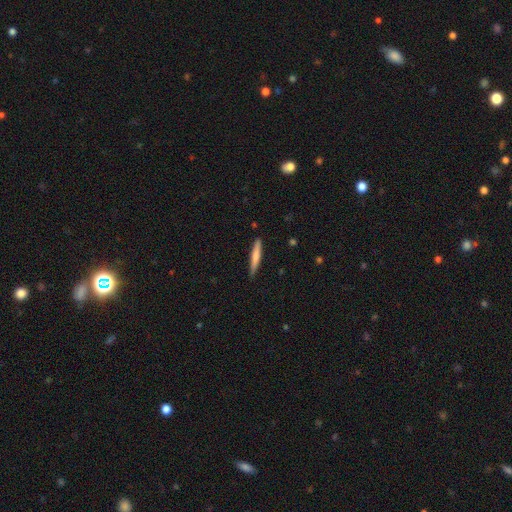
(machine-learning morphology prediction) This appears to be a smooth galaxy with no disk features (67%) that is cigar-shaped (94%). Merging: none (88%).